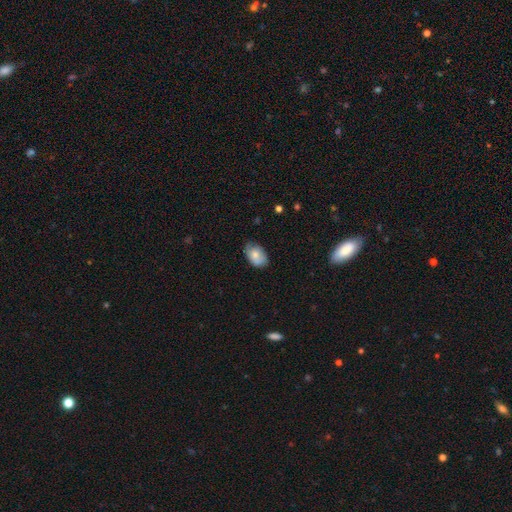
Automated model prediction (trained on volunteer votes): This is likely a smooth galaxy (68%). How rounded: clearly in between (88%). Merging: likely none (66%).